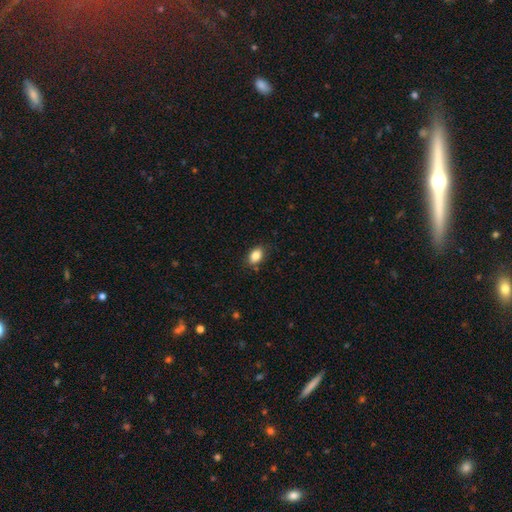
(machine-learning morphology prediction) A smooth galaxy with no disk features (85%) that is in between round and cigar-shaped (86%).

Vote fractions:
- Smooth or featured? smooth: 85% / star or artifact: 8% / featured or disk: 7%
- How rounded? in between: 86% / round: 13% / cigar-shaped: 2%
- Merging? none: 84% / minor disturbance: 12% / major disturbance: 3% / merger: 2%